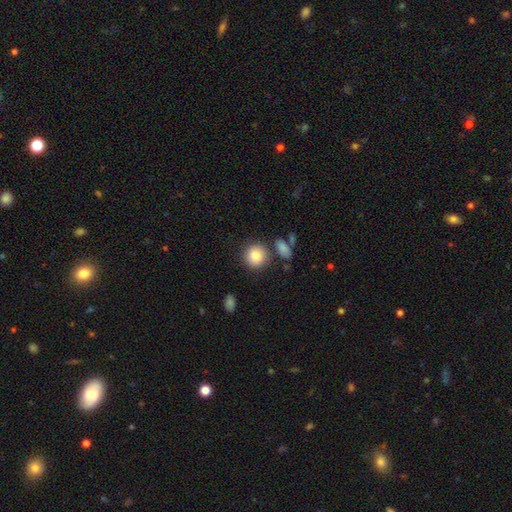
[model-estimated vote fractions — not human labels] Smooth or featured? Predicted: smooth (p=0.86). How rounded? Predicted: round (p=0.87). Merging? Predicted: none (p=0.78).